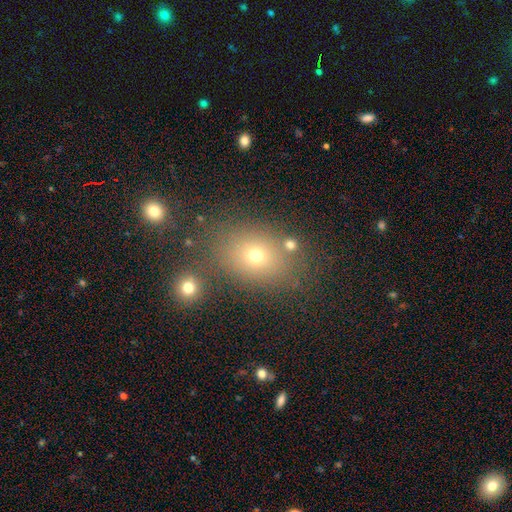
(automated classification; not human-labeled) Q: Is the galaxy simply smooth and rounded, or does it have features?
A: smooth — 64%.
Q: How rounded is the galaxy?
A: in between — 58%.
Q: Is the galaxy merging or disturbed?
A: none — 78%.